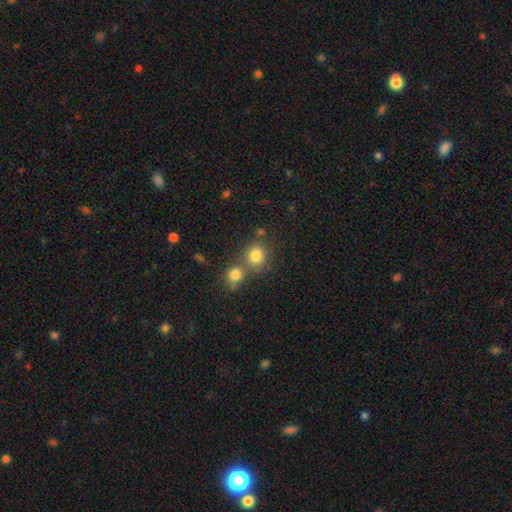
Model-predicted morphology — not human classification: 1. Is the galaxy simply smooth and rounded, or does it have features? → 80% smooth, 12% star or artifact, 7% featured or disk.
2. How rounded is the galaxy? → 78% round, 21% in between, 1% cigar-shaped.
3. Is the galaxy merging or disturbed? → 54% none, 34% merger, 9% minor disturbance, 4% major disturbance.